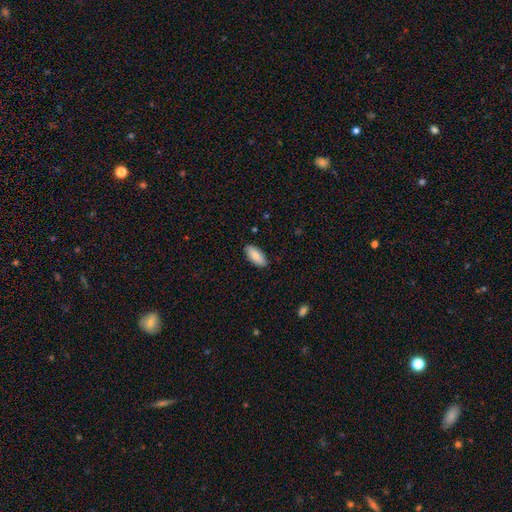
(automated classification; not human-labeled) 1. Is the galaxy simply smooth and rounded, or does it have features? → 82% smooth, 12% featured or disk, 6% star or artifact.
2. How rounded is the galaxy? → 88% in between, 10% cigar-shaped, 2% round.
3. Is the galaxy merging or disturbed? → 87% none, 10% minor disturbance, 2% major disturbance, 1% merger.